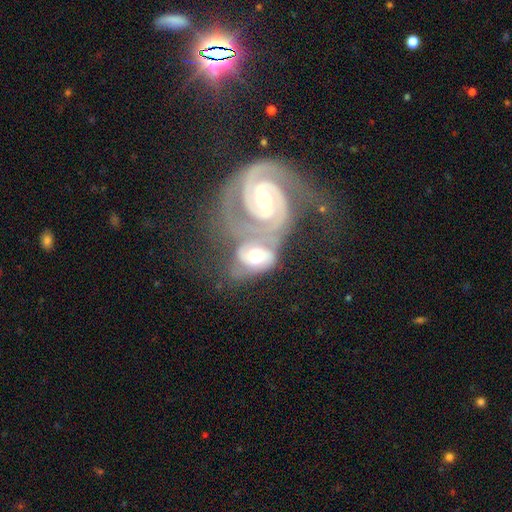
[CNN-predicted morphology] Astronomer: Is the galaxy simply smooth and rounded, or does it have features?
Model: featured or disk — 75%.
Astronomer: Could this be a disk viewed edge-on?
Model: no — 96%.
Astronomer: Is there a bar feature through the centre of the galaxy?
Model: no — 46% (runner-up: weak, 34%).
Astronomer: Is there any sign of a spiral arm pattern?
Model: yes — 90%.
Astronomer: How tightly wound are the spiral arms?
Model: tight — 51% (runner-up: medium, 38%).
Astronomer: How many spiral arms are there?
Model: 2 — 73%.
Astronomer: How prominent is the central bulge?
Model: moderate — 60%.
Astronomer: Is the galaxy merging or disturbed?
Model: merger — 77%.